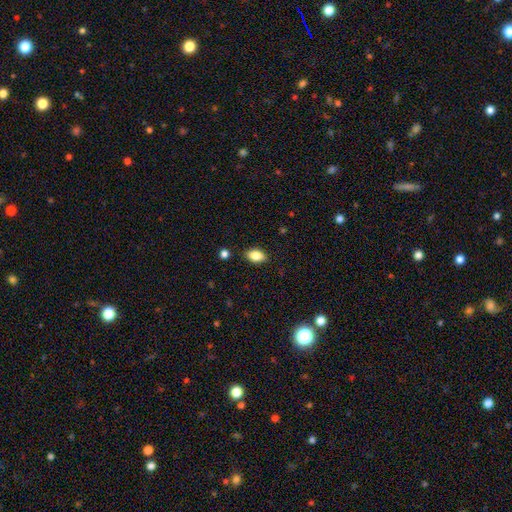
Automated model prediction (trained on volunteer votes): A smooth galaxy with no disk features (85%) that is in between round and cigar-shaped (88%).

Vote fractions:
- Smooth or featured? smooth: 85% / star or artifact: 8% / featured or disk: 6%
- How rounded? in between: 88% / round: 9% / cigar-shaped: 3%
- Merging? none: 86% / minor disturbance: 10% / major disturbance: 2% / merger: 2%